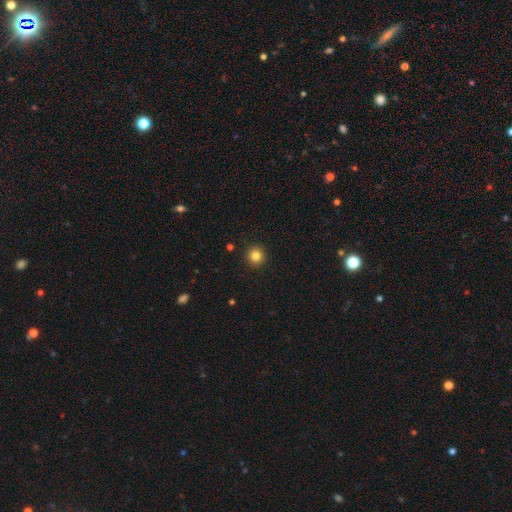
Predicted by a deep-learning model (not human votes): A smooth galaxy with no disk features (83%) that is round (95%). Merging: none (93%).